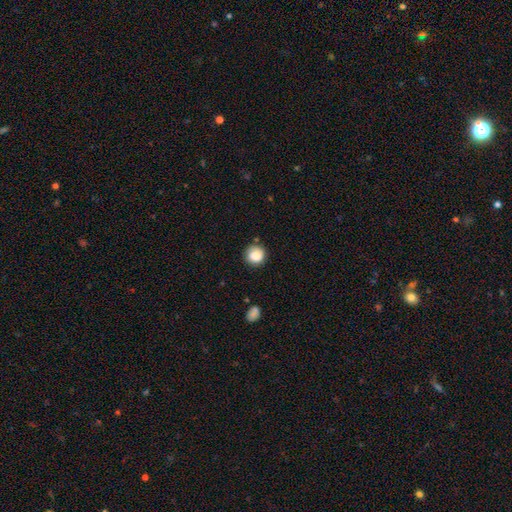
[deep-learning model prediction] Smooth or featured?
  - smooth: 85% *
  - star or artifact: 8%
  - featured or disk: 7%
How rounded?
  - round: 92% *
  - in between: 7%
  - cigar-shaped: 1%
Merging?
  - none: 79% *
  - minor disturbance: 15%
  - major disturbance: 4%
  - merger: 3%